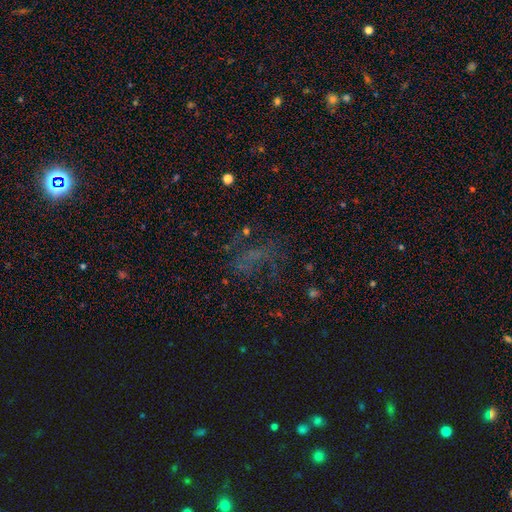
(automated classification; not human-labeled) Smooth or featured? star or artifact (39%)